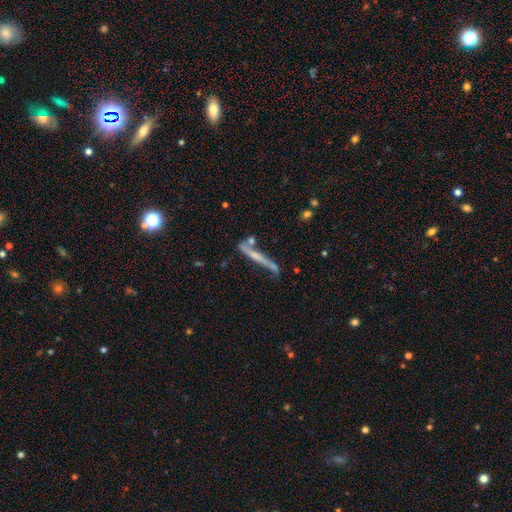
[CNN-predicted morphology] smooth-or-featured: featured or disk: 57% | smooth: 35% | star or artifact: 8%
  disk-edge-on: yes: 83% | no: 17%
  merging: none: 49% | minor disturbance: 23% | merger: 17% | major disturbance: 11%